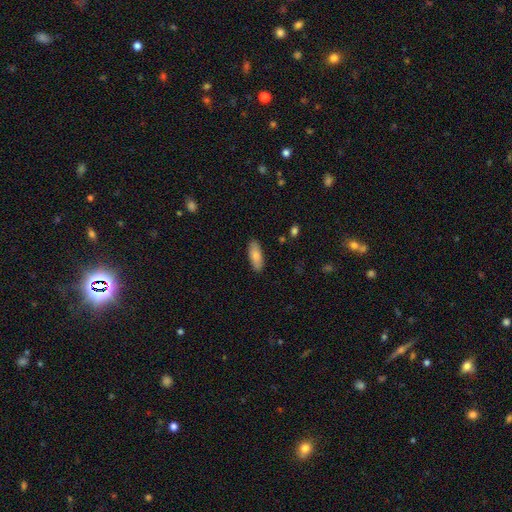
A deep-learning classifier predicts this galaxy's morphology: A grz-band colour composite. It shows a smooth galaxy with no disk features (81%) that is in between round and cigar-shaped (71%). Merging: none (88%).